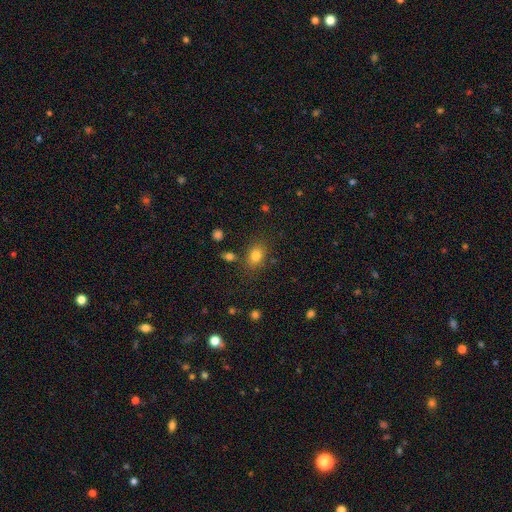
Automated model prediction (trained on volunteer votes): Smooth or featured?
  - smooth: 81% *
  - star or artifact: 11%
  - featured or disk: 8%
How rounded?
  - in between: 66% *
  - round: 33%
  - cigar-shaped: 1%
Merging?
  - none: 77% *
  - minor disturbance: 13%
  - merger: 5%
  - major disturbance: 4%